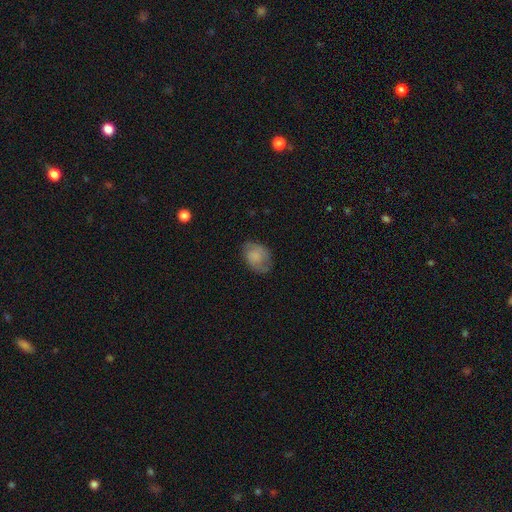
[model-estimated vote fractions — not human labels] Smooth or featured? Predicted: smooth (p=0.68). How rounded? Predicted: in between (p=0.72). Merging? Predicted: none (p=0.66).